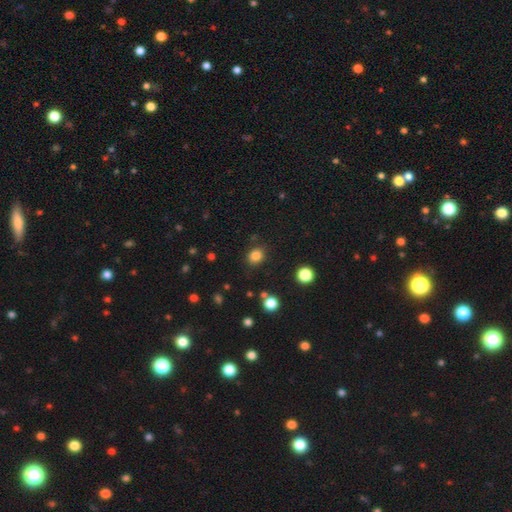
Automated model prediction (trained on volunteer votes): Morphology: type=smooth (83%); roundness=round (69%); merging=none (85%).